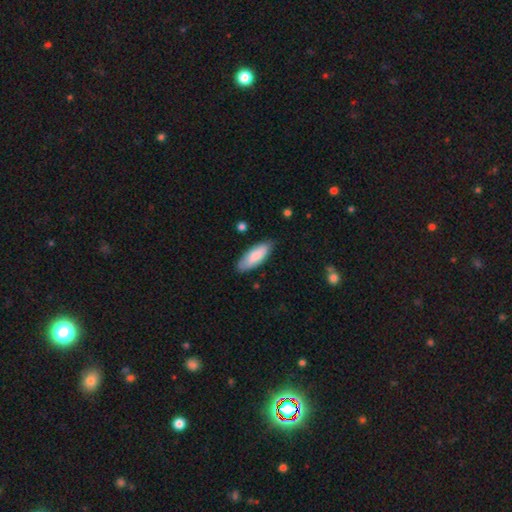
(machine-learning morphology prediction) This is clearly a smooth galaxy (85%). How rounded: likely in between (69%). Merging: clearly none (82%).